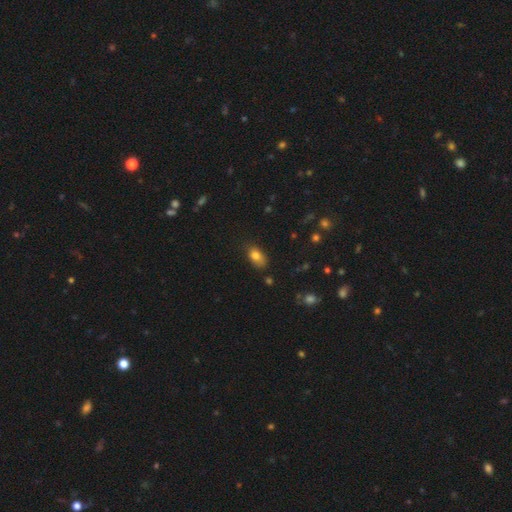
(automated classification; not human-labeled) Smooth or featured: smooth — 80% (featured or disk — 10%)
How rounded: in between — 86% (round — 10%)
Merging: none — 71% (minor disturbance — 22%)